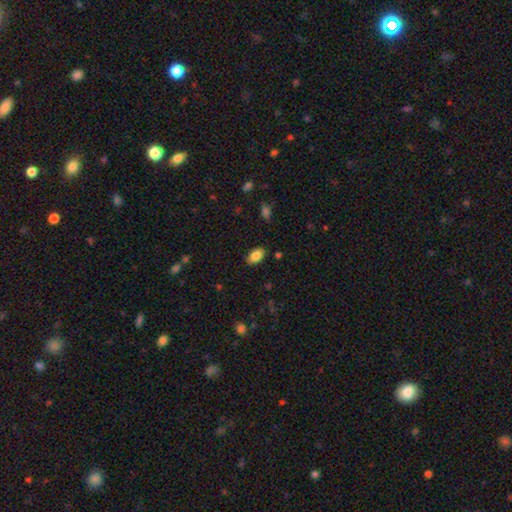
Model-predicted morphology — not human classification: smooth_or_featured: smooth (p=0.85) [alt: star or artifact p=0.08]
how_rounded: in between (p=0.93) [alt: round p=0.05]
merging: none (p=0.85) [alt: minor disturbance p=0.11]